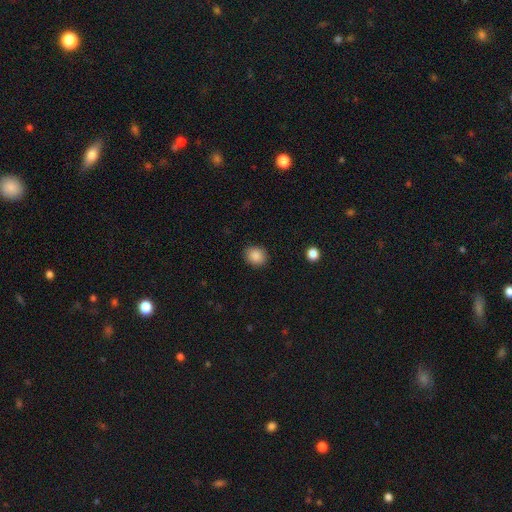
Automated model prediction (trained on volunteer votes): smooth_or_featured: smooth (p=0.88) [alt: star or artifact p=0.09]
how_rounded: round (p=0.70) [alt: in between p=0.29]
merging: none (p=0.89) [alt: minor disturbance p=0.08]